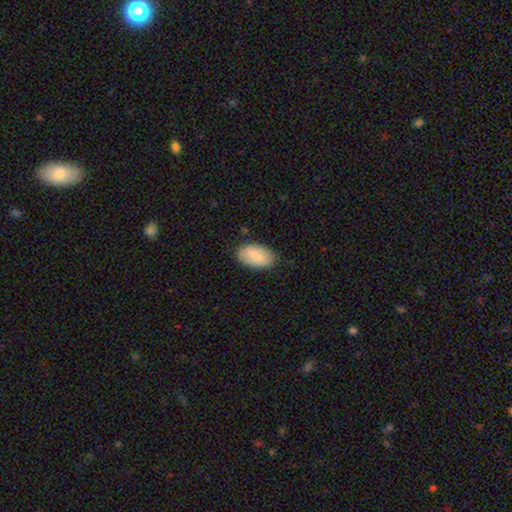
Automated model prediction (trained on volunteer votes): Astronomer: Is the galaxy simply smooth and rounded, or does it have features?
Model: smooth — 78%.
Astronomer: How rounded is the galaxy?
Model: in between — 94%.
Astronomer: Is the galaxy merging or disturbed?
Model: none — 83%.